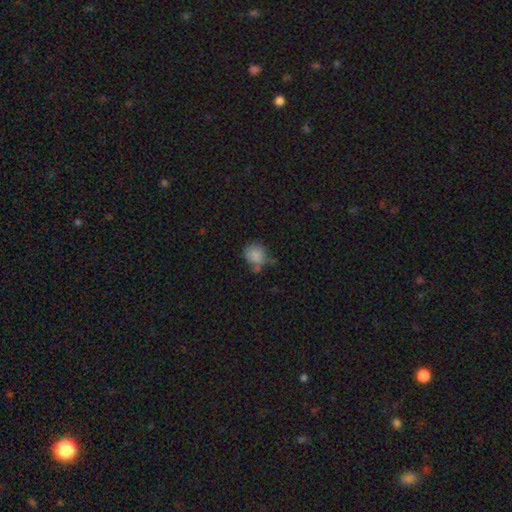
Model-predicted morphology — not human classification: Smooth or featured? Predicted: smooth (p=0.82). How rounded? Predicted: round (p=0.75). Merging? Predicted: none (p=0.51).